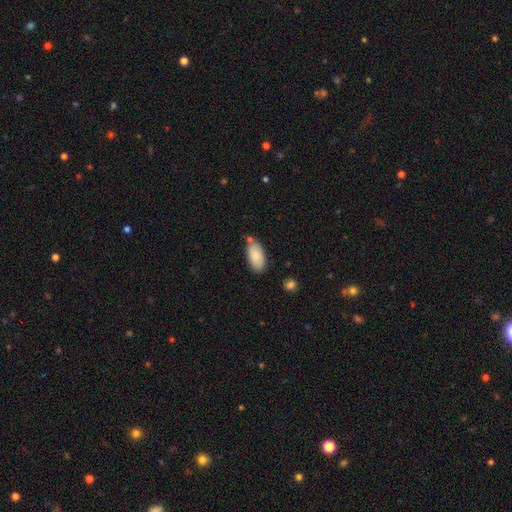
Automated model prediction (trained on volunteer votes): The model was most divided on "merging": none: 68%, minor disturbance: 19%, merger: 9%, major disturbance: 4%. More confident: how rounded — in between (93%); smooth or featured — smooth (86%).